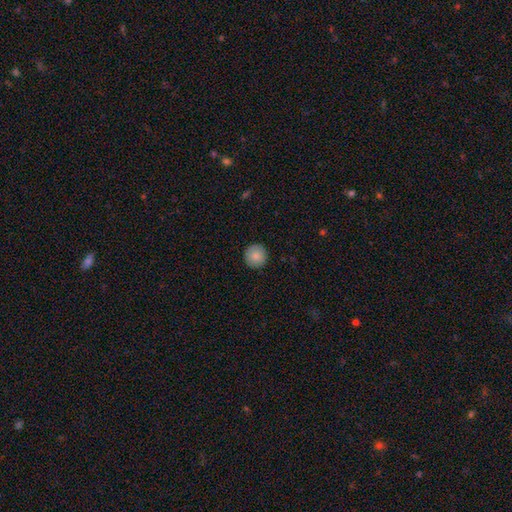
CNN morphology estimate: smooth-or-featured: smooth: 87% | star or artifact: 8% | featured or disk: 5%
  how-rounded: round: 95% | in between: 4% | cigar-shaped: 1%
  merging: none: 91% | minor disturbance: 6% | major disturbance: 2% | merger: 1%